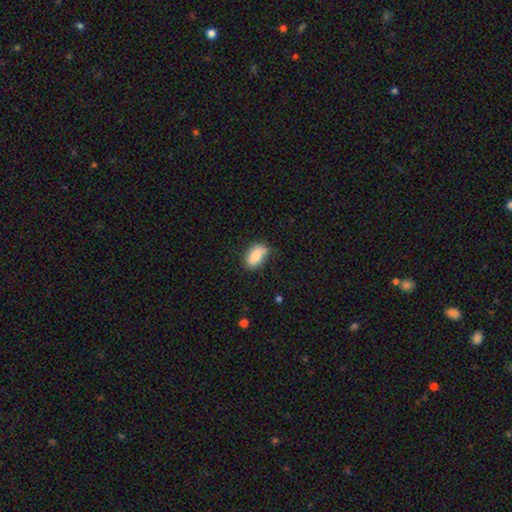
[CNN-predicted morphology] Smooth or featured?
  - smooth: 82% *
  - featured or disk: 11%
  - star or artifact: 7%
How rounded?
  - in between: 90% *
  - round: 6%
  - cigar-shaped: 4%
Merging?
  - none: 66% *
  - minor disturbance: 26%
  - major disturbance: 6%
  - merger: 2%